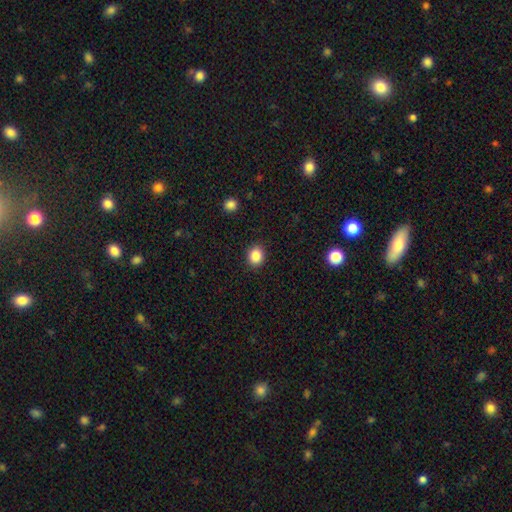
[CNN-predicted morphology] smooth 86%, star or artifact 10%, featured or disk 4%. Down the decision tree: how rounded — round (70%); merging — none (90%).